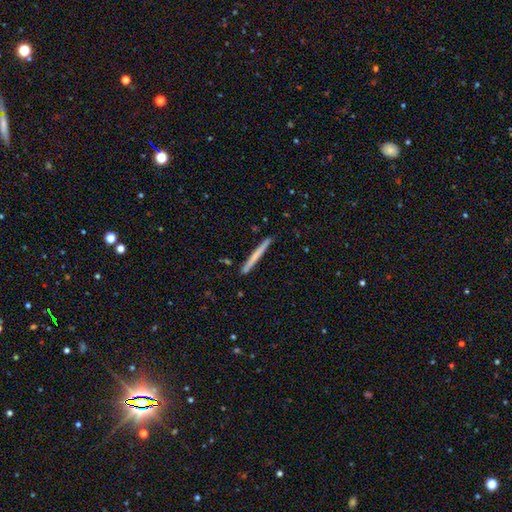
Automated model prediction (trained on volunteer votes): Q: Smooth or featured?
A: smooth (59%); runner-up: featured or disk (35%)
Q: How rounded?
A: cigar-shaped (97%); runner-up: in between (1%)
Q: Merging?
A: none (91%); runner-up: minor disturbance (6%)